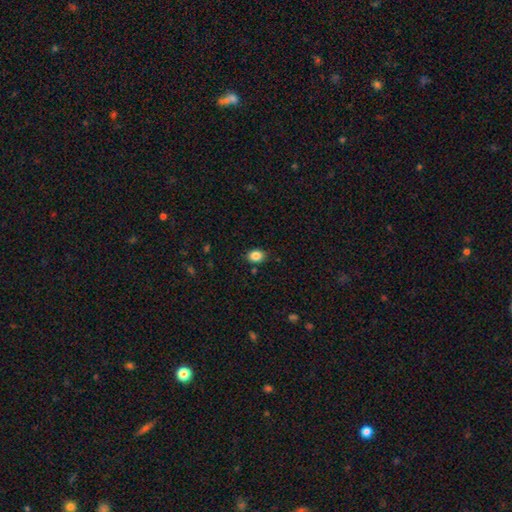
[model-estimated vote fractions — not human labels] A smooth galaxy with no disk features (86%) that is in between round and cigar-shaped (61%). Merging: none (84%).